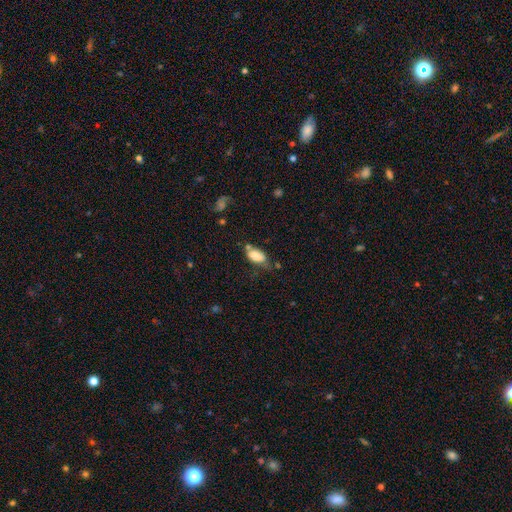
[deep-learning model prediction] A smooth galaxy with no disk features (81%) that is in between round and cigar-shaped (90%). Merging: none (47%).